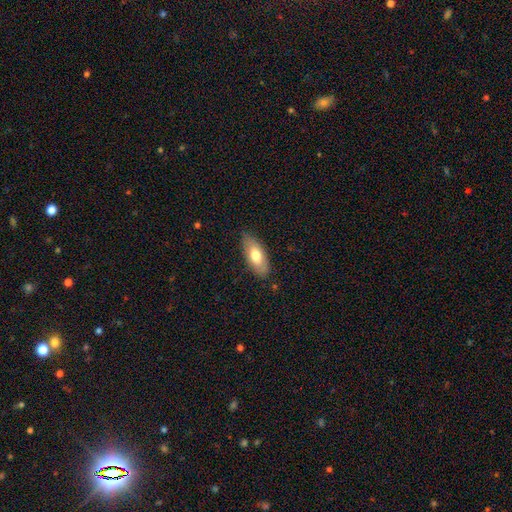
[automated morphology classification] Smooth or featured?
  - smooth: 70% *
  - featured or disk: 24%
  - star or artifact: 6%
How rounded?
  - in between: 85% *
  - cigar-shaped: 13%
  - round: 2%
Merging?
  - none: 80% *
  - minor disturbance: 16%
  - major disturbance: 3%
  - merger: 1%